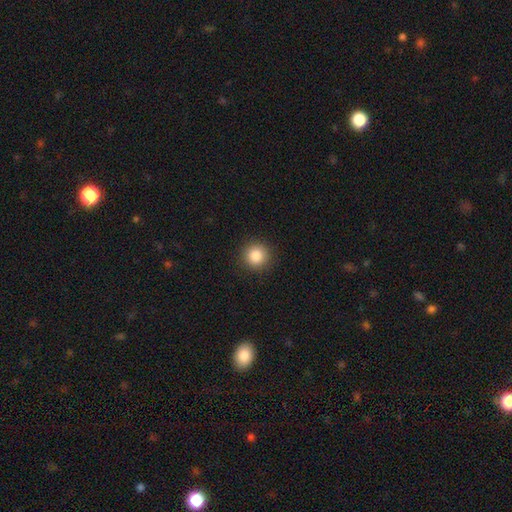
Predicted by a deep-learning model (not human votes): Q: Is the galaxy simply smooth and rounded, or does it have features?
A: smooth — 86%.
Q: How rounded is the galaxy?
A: round — 94%.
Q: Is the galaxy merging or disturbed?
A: none — 92%.